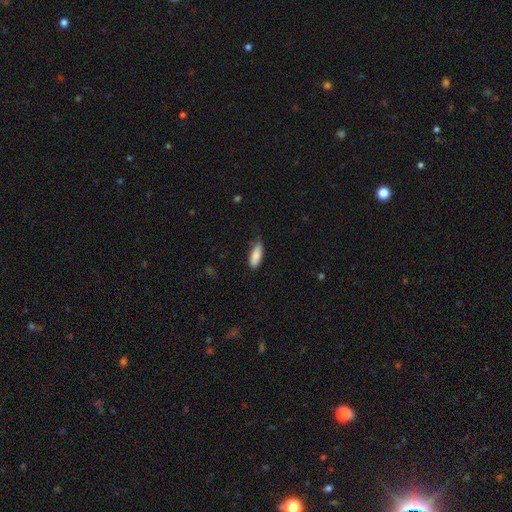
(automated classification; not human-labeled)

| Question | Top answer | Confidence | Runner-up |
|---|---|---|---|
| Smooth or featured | smooth | 85% | featured or disk (9%) |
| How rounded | in between | 75% | cigar-shaped (24%) |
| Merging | none | 63% | minor disturbance (30%) |